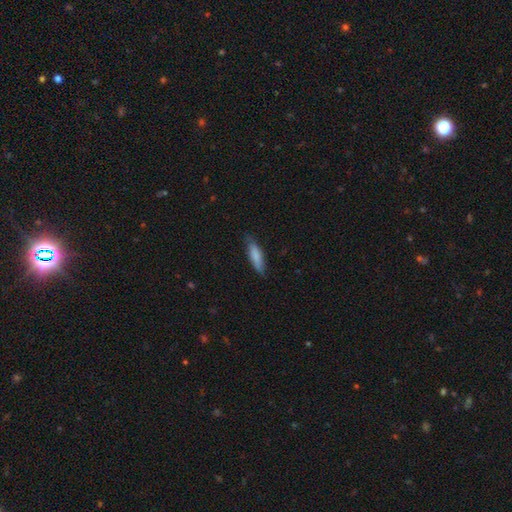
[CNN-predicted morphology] Smooth or featured: smooth — 81% (featured or disk — 13%)
How rounded: cigar-shaped — 61% (in between — 37%)
Merging: none — 78% (minor disturbance — 18%)